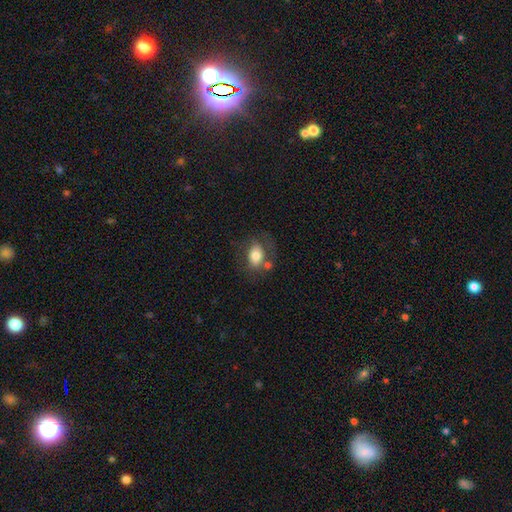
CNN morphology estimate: Smooth or featured: smooth — 76% (featured or disk — 16%)
How rounded: in between — 76% (round — 22%)
Merging: none — 56% (minor disturbance — 19%)